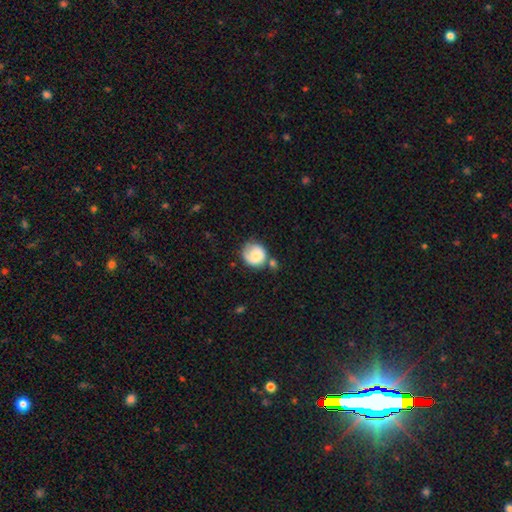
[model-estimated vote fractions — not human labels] Q: Smooth or featured?
A: smooth (66%); runner-up: featured or disk (26%)
Q: How rounded?
A: round (86%); runner-up: in between (13%)
Q: Merging?
A: none (56%); runner-up: minor disturbance (24%)